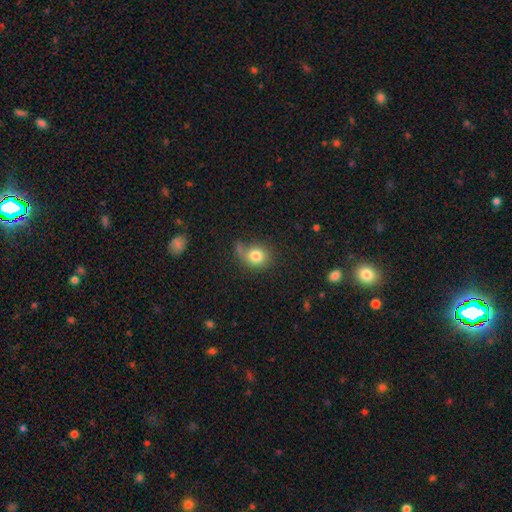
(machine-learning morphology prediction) The model was most divided on "merging": none: 54%, minor disturbance: 24%, major disturbance: 14%, merger: 8%. More confident: smooth or featured — smooth (80%); how rounded — round (68%).